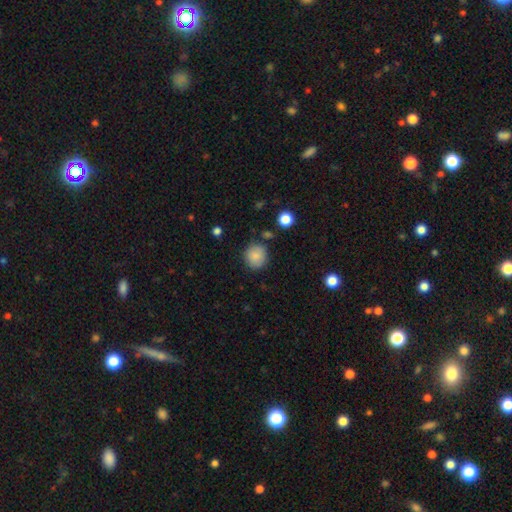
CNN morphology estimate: Smooth or featured? smooth (84%)
How rounded? round (86%)
Merging? none (81%)